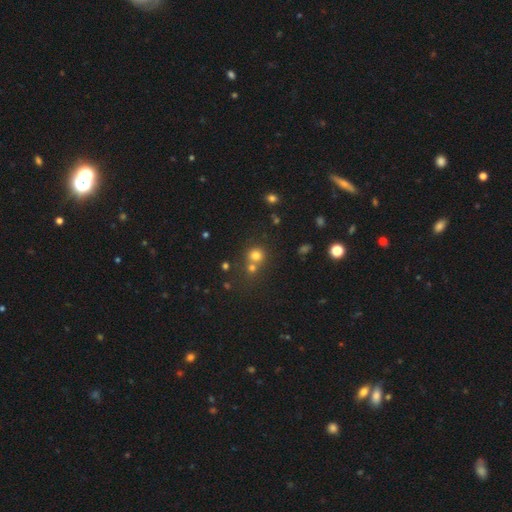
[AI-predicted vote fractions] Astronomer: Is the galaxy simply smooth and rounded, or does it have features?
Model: smooth — 74%.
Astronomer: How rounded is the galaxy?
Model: round — 87%.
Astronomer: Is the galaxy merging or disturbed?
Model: none — 51% (runner-up: merger, 39%).